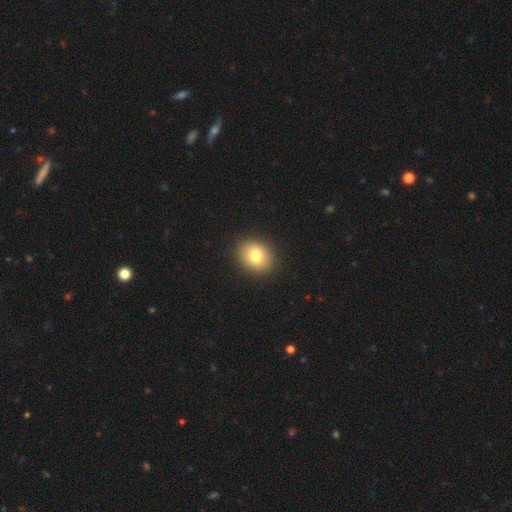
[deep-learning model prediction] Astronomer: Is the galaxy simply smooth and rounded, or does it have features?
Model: smooth — 80%.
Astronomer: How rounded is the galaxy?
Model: round — 53% (runner-up: in between, 46%).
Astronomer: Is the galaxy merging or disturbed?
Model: none — 90%.